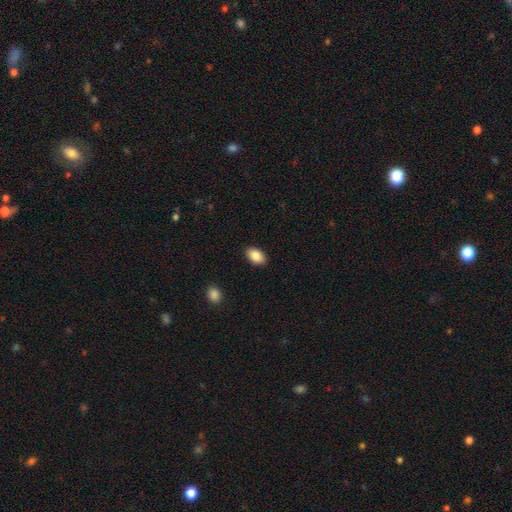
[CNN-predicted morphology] Smooth or featured? smooth (87%)
How rounded? in between (91%)
Merging? none (89%)